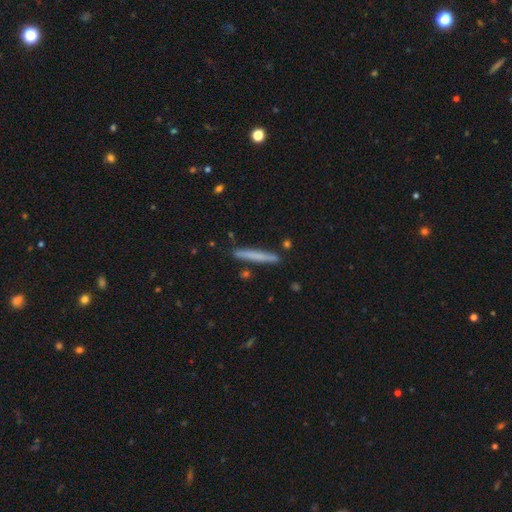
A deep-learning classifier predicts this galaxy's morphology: Q: Smooth or featured?
A: smooth (66%); runner-up: featured or disk (28%)
Q: How rounded?
A: cigar-shaped (97%); runner-up: in between (2%)
Q: Merging?
A: none (88%); runner-up: minor disturbance (8%)